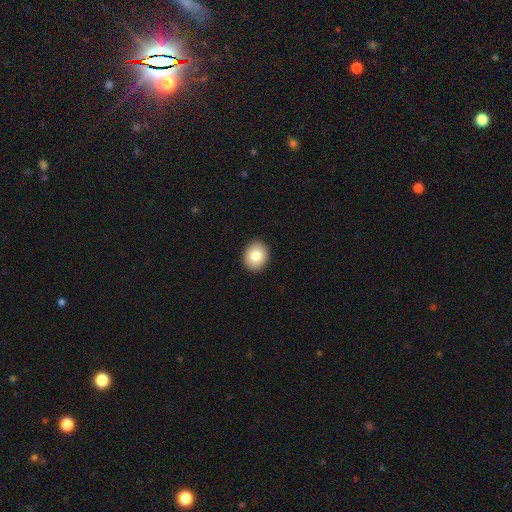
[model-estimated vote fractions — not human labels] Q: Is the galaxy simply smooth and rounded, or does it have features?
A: smooth — 81%.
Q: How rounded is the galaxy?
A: round — 71%.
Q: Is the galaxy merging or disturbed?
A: none — 92%.